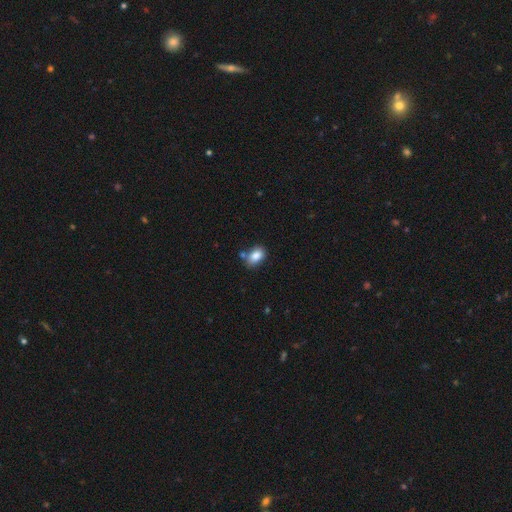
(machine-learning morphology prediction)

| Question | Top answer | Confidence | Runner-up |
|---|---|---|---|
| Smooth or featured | smooth | 85% | star or artifact (9%) |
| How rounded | in between | 80% | round (19%) |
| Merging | none | 66% | minor disturbance (18%) |